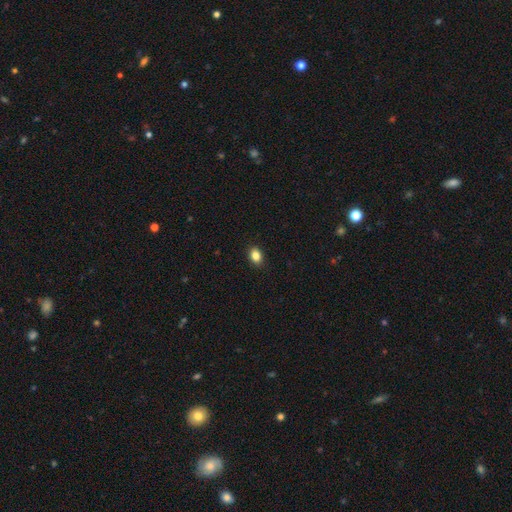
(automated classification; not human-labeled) This appears to be a smooth galaxy with no disk features (85%) that is in between round and cigar-shaped (70%). Merging: none (90%).